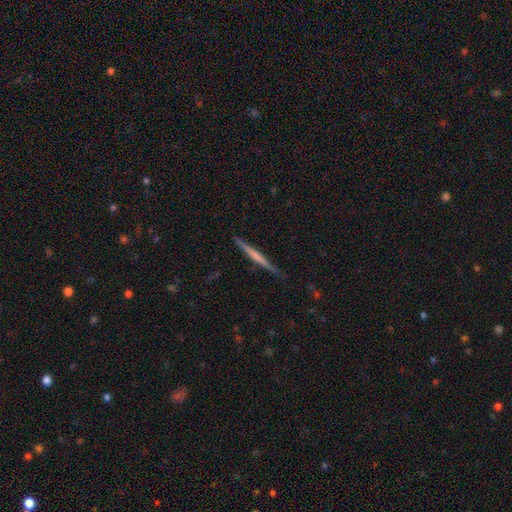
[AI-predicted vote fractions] Q: Smooth or featured?
A: featured or disk (53%); runner-up: smooth (41%)
Q: Edge-on disk?
A: yes (97%); runner-up: no (3%)
Q: Edge-on bulge?
A: none (74%); runner-up: rounded (16%)
Q: Merging?
A: none (89%); runner-up: minor disturbance (8%)